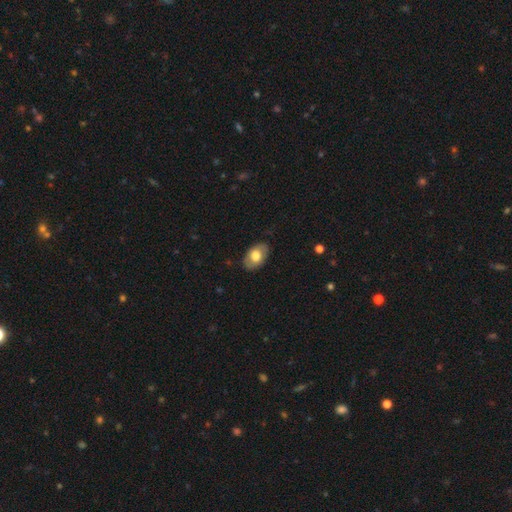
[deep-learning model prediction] Smooth or featured? smooth (68%)
How rounded? in between (89%)
Merging? none (82%)